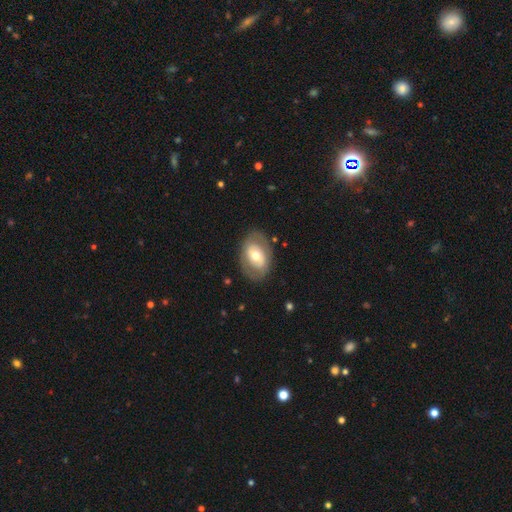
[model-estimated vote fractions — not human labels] This is possibly a featured or disk galaxy (50%). Merging: likely none (79%).